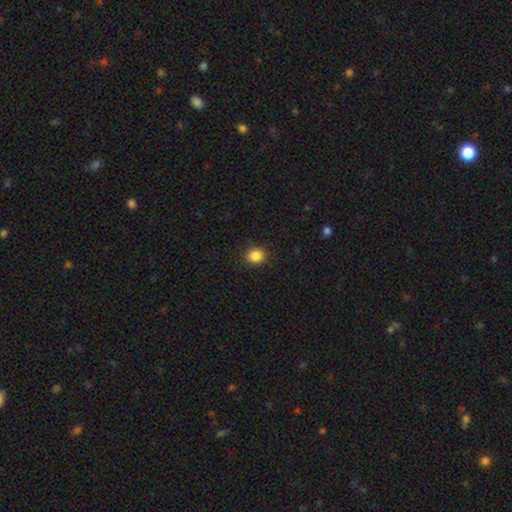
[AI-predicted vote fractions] This is clearly a smooth galaxy (86%). How rounded: likely round (76%). Merging: clearly none (91%).